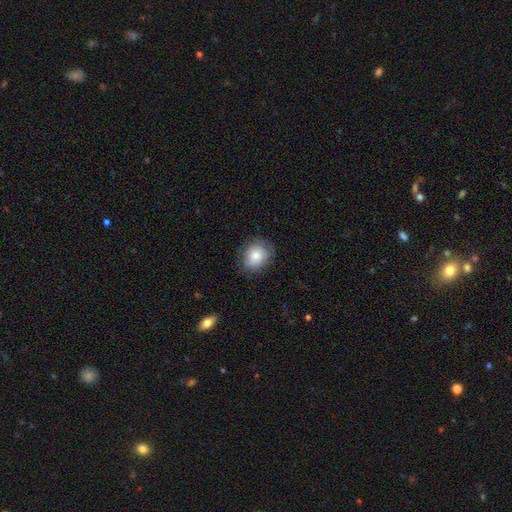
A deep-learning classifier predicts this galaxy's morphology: smooth_or_featured: smooth (p=0.76) [alt: featured or disk p=0.16]
how_rounded: round (p=0.59) [alt: in between p=0.40]
merging: none (p=0.74) [alt: minor disturbance p=0.19]